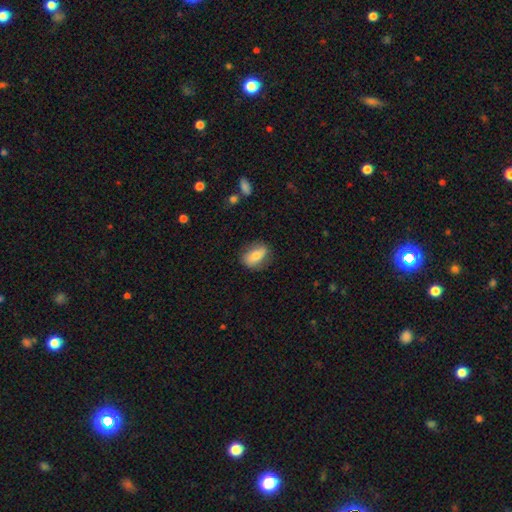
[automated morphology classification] Overall: smooth (70%). How rounded: in between (81%). Merging: none (78%).